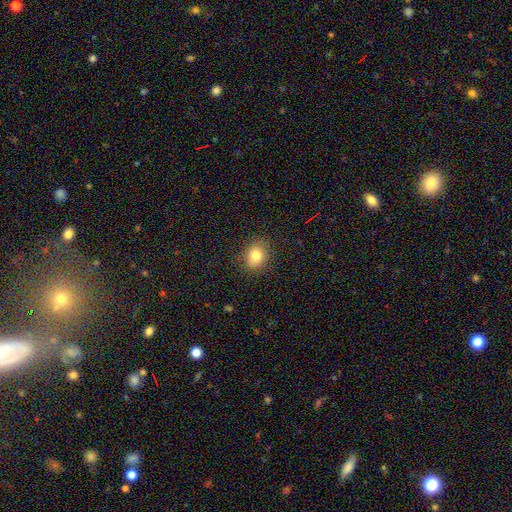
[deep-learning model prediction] smooth_or_featured: smooth (p=0.81) [alt: star or artifact p=0.11]
how_rounded: round (p=0.55) [alt: in between p=0.44]
merging: none (p=0.87) [alt: minor disturbance p=0.10]